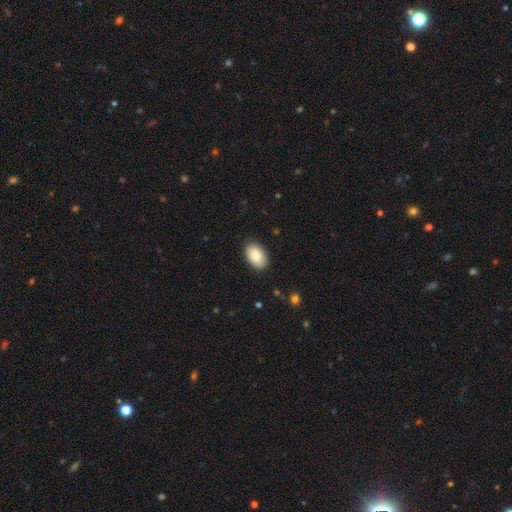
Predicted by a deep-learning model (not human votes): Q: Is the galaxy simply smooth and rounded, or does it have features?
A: smooth — 82%.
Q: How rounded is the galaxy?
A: in between — 91%.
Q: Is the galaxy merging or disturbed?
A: none — 88%.